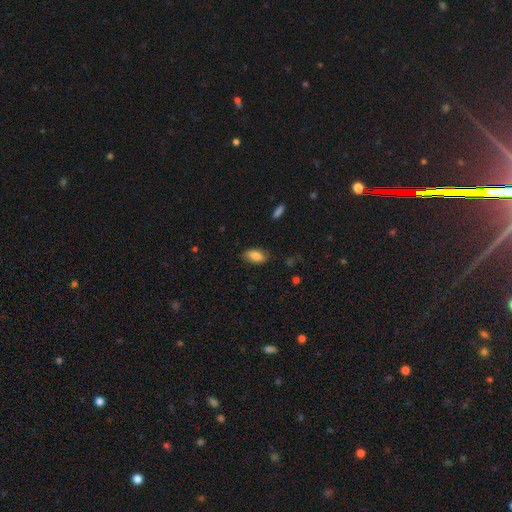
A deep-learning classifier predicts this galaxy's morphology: Overall: smooth (83%). How rounded: in between (89%). Merging: none (81%).